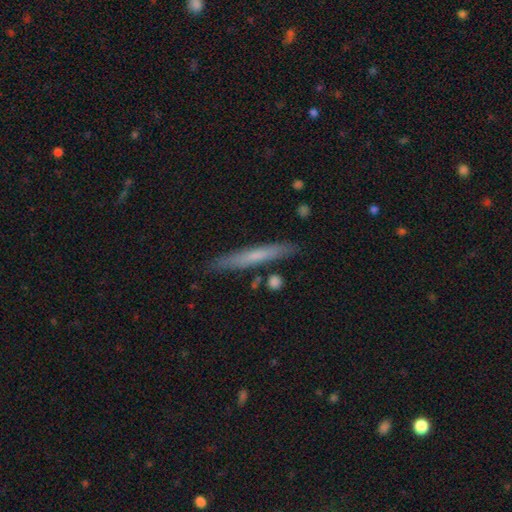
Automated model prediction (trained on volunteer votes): Q: Smooth or featured?
A: smooth (57%); runner-up: featured or disk (37%)
Q: How rounded?
A: cigar-shaped (95%); runner-up: in between (3%)
Q: Merging?
A: none (86%); runner-up: minor disturbance (9%)